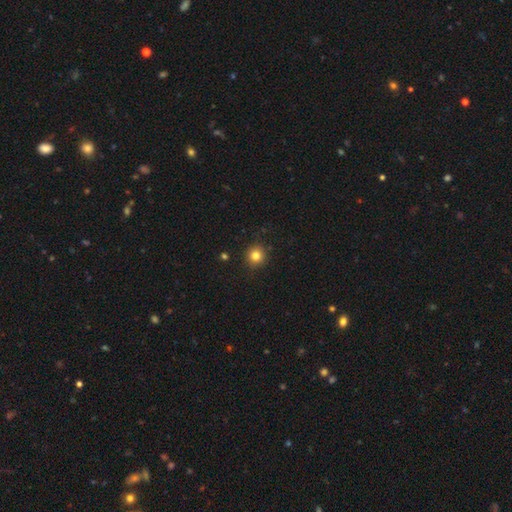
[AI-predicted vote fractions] Smooth or featured? smooth (82%)
How rounded? round (93%)
Merging? none (90%)